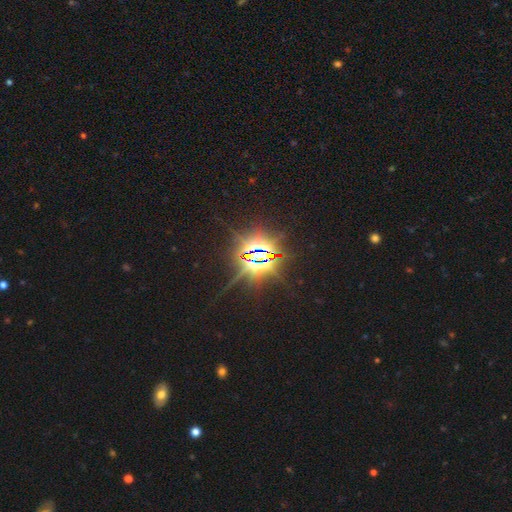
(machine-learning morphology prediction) Q: Smooth or featured?
A: star or artifact (85%); runner-up: featured or disk (8%)